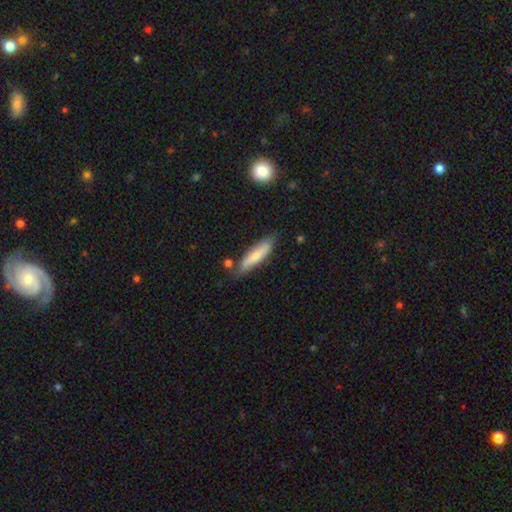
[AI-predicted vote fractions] Smooth or featured?
  - smooth: 67% *
  - featured or disk: 27%
  - star or artifact: 6%
How rounded?
  - cigar-shaped: 70% *
  - in between: 28%
  - round: 2%
Merging?
  - none: 74% *
  - minor disturbance: 18%
  - merger: 5%
  - major disturbance: 3%